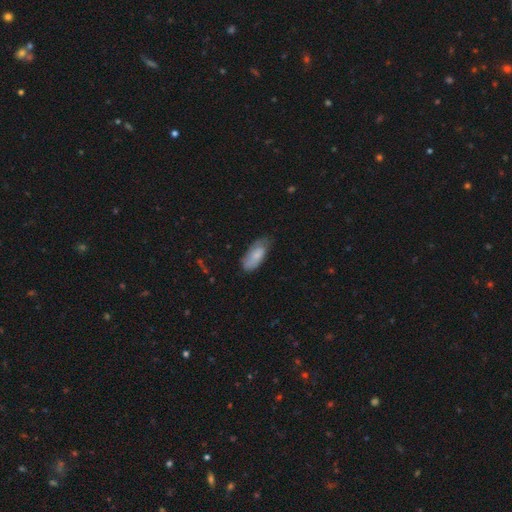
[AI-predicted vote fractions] Smooth or featured? smooth (73%)
How rounded? in between (84%)
Merging? none (57%)